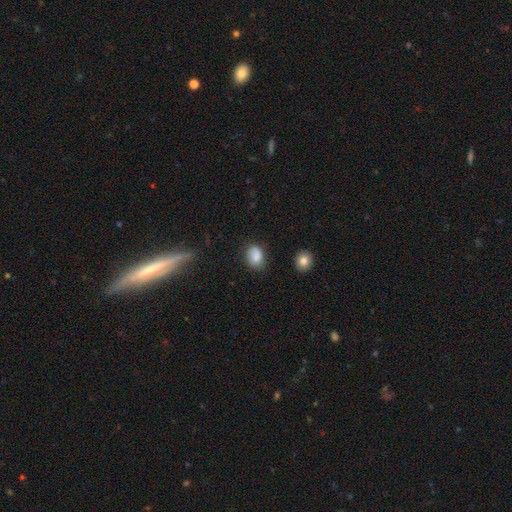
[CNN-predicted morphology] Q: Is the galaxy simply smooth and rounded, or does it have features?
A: smooth — 86%.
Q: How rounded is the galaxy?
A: in between — 70%.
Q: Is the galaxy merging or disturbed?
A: none — 74%.